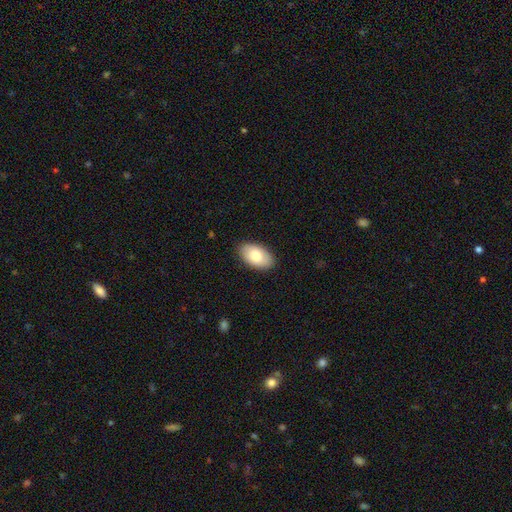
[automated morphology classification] This appears to be a smooth galaxy with no disk features (79%) that is in between round and cigar-shaped (94%). Merging: none (88%).